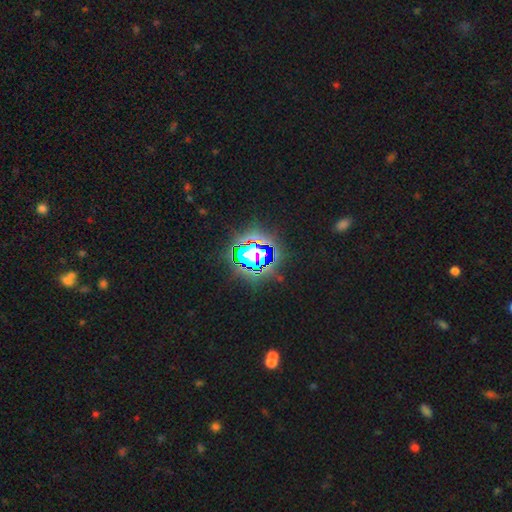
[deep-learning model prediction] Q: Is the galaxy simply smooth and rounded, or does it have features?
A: star or artifact — 77%.